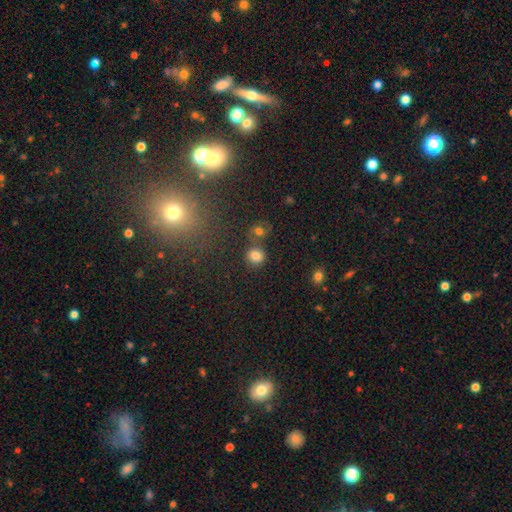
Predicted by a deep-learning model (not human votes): Smooth or featured: smooth — 82% (star or artifact — 12%)
How rounded: round — 88% (in between — 10%)
Merging: none — 74% (merger — 14%)